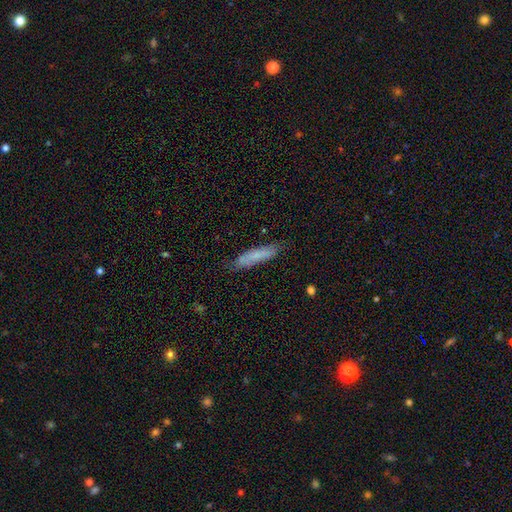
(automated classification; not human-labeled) Smooth or featured? smooth (73%)
How rounded? cigar-shaped (82%)
Merging? none (77%)